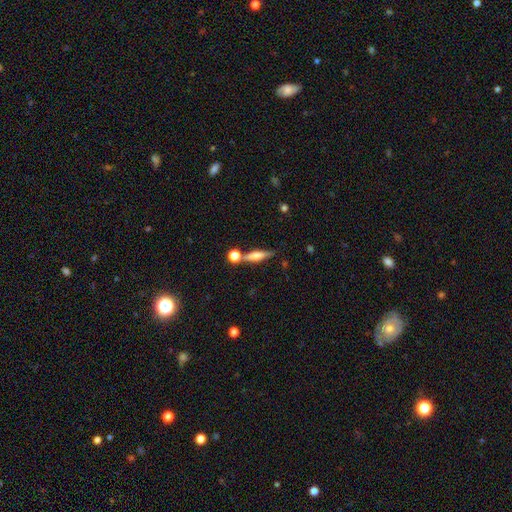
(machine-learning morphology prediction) smooth-or-featured: smooth: 48% | featured or disk: 44% | star or artifact: 9%
  merging: none: 70% | merger: 15% | minor disturbance: 11% | major disturbance: 4%